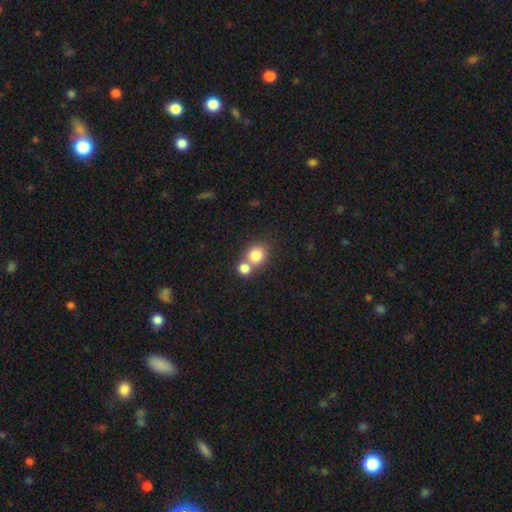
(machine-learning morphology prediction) type=smooth (81%); roundness=round (80%); merging=merger (50%).